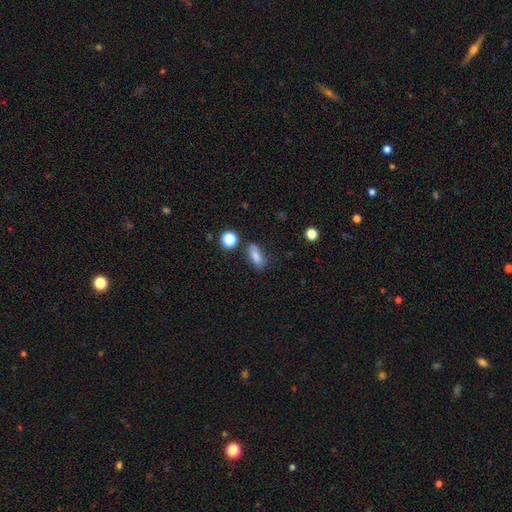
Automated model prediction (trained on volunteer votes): Smooth or featured? smooth (80%)
How rounded? in between (75%)
Merging? none (72%)